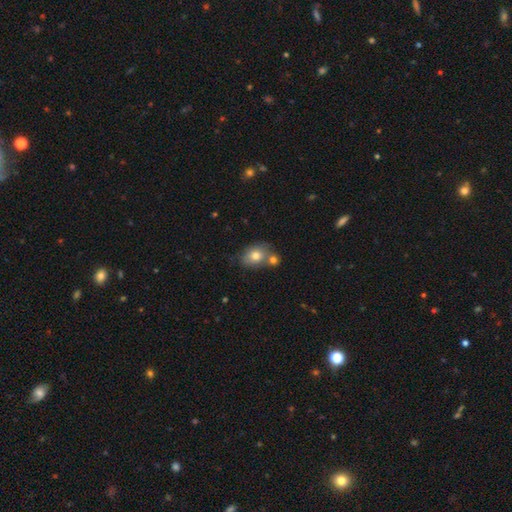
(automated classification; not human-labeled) Overall: smooth (77%). How rounded: in between (58%; round 41%). Merging: none (47%; merger 34%).